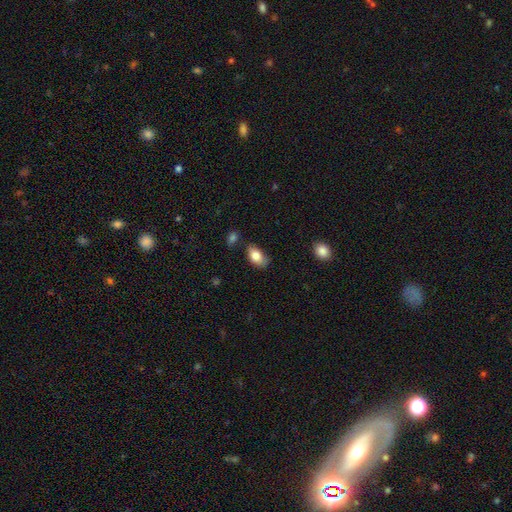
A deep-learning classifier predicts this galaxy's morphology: A smooth galaxy with no disk features (83%) that is in between round and cigar-shaped (92%). Merging: none (65%).